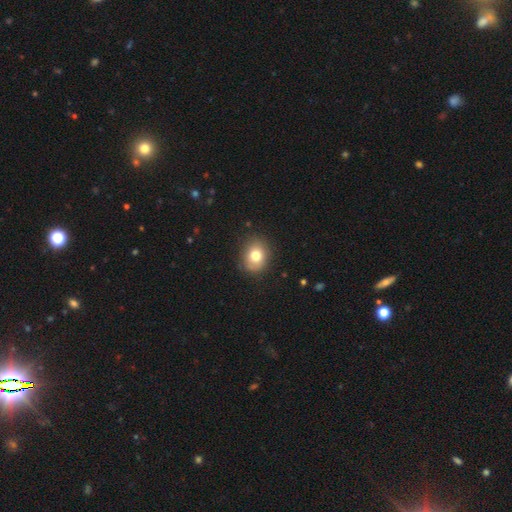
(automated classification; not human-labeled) smooth_or_featured: smooth (p=0.76) [alt: featured or disk p=0.14]
how_rounded: round (p=0.58) [alt: in between p=0.41]
merging: none (p=0.83) [alt: minor disturbance p=0.12]